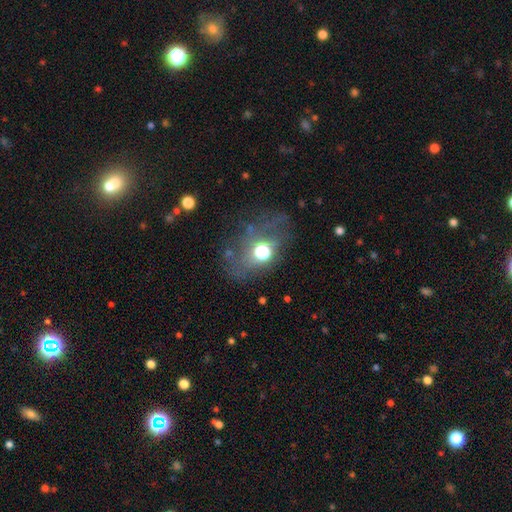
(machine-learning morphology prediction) Smooth or featured? Predicted: smooth (p=0.40). Merging? Predicted: none (p=0.66).